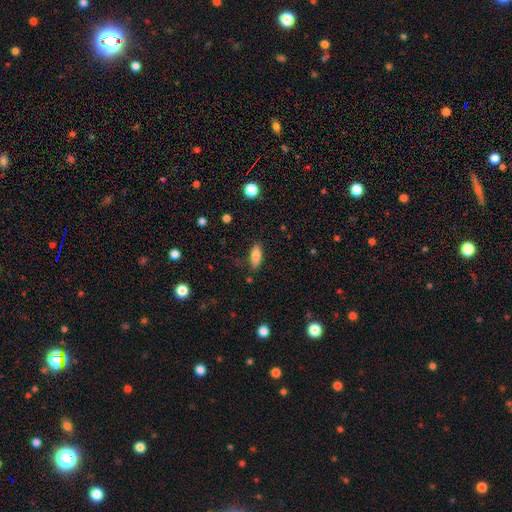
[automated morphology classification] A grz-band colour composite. It shows a smooth galaxy with no disk features (80%) that is in between round and cigar-shaped (72%). Merging: none (81%).